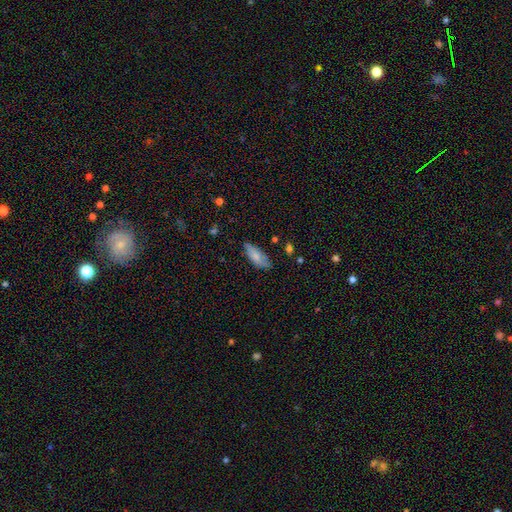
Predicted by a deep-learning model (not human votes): Morphology: type=smooth (72%); roundness=in between (78%); merging=none (68%).